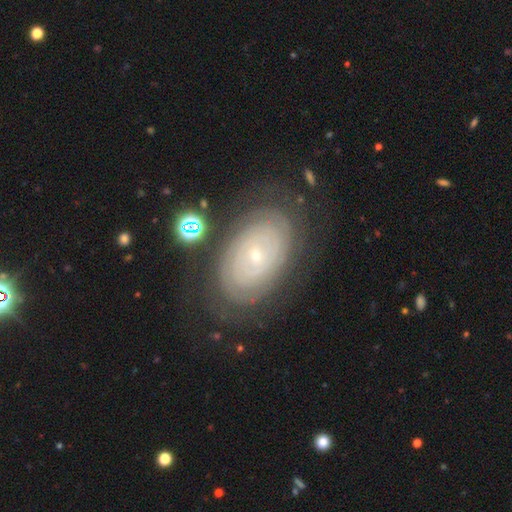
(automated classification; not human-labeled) Smooth or featured?
  - featured or disk: 75% *
  - smooth: 17%
  - star or artifact: 8%
Edge-on disk?
  - no: 95% *
  - yes: 5%
Bar?
  - no: 81% *
  - weak: 14%
  - strong: 4%
Spiral arms?
  - yes: 81% *
  - no: 19%
Spiral winding?
  - tight: 86% *
  - medium: 10%
  - loose: 4%
Spiral arm count?
  - can't tell: 60% *
  - 2: 13%
  - more than 4: 8%
  - 4: 8%
  - 3: 7%
  - 1: 4%
Bulge size?
  - small: 80% *
  - moderate: 17%
  - large: 1%
  - dominant: 1%
  - none: 1%
Merging?
  - none: 78% *
  - minor disturbance: 14%
  - major disturbance: 6%
  - merger: 2%